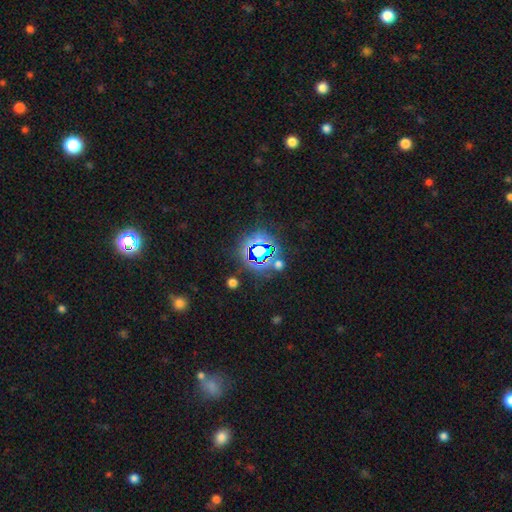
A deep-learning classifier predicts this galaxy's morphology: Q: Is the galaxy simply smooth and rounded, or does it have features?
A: star or artifact — 76%.